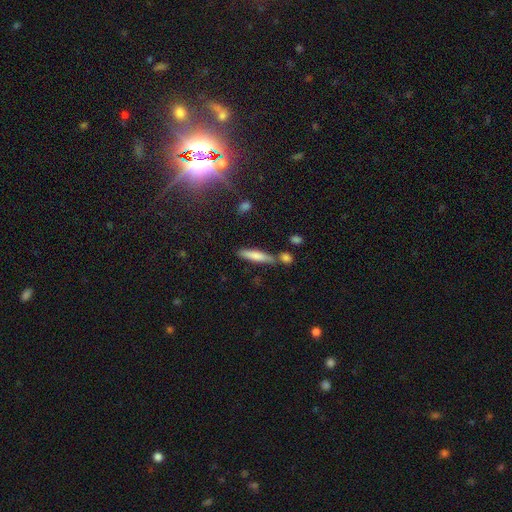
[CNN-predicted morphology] Smooth or featured? Predicted: smooth (p=0.72). How rounded? Predicted: cigar-shaped (p=0.85). Merging? Predicted: none (p=0.67).